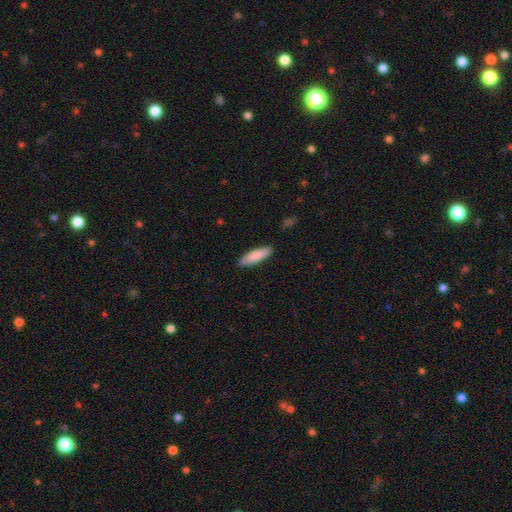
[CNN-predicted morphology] This appears to be a smooth galaxy with no disk features (86%) that is cigar-shaped (63%). Merging: none (88%).